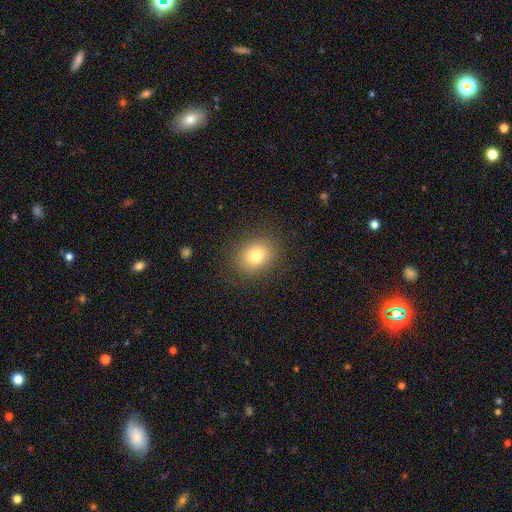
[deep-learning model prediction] Smooth or featured? smooth (79%)
How rounded? round (60%)
Merging? none (87%)